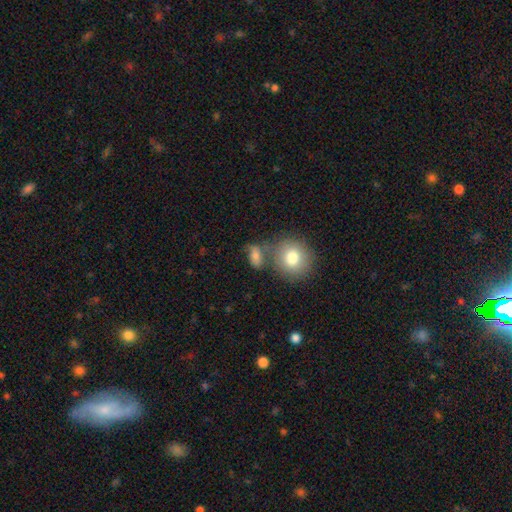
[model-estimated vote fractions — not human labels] smooth-or-featured: smooth: 72% | featured or disk: 16% | star or artifact: 12%
  how-rounded: in between: 66% | round: 30% | cigar-shaped: 5%
  merging: none: 48% | merger: 26% | minor disturbance: 17% | major disturbance: 10%